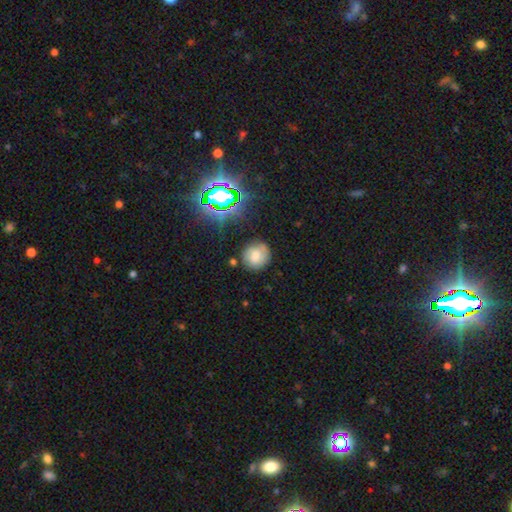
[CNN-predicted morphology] Overall: smooth (63%; featured or disk 23%). How rounded: round (87%). Merging: none (76%).